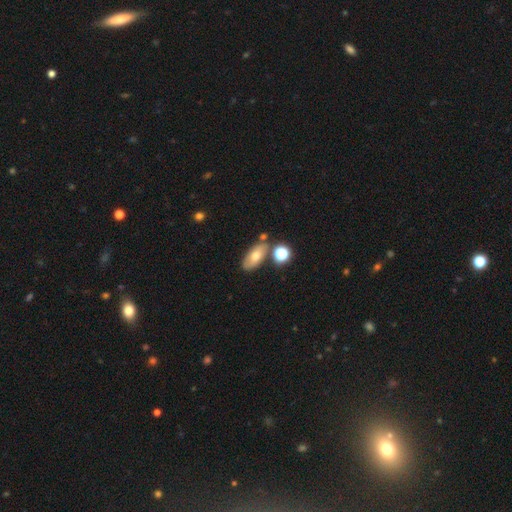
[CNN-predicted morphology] Smooth or featured? Predicted: smooth (p=0.63). How rounded? Predicted: in between (p=0.84). Merging? Predicted: none (p=0.68).